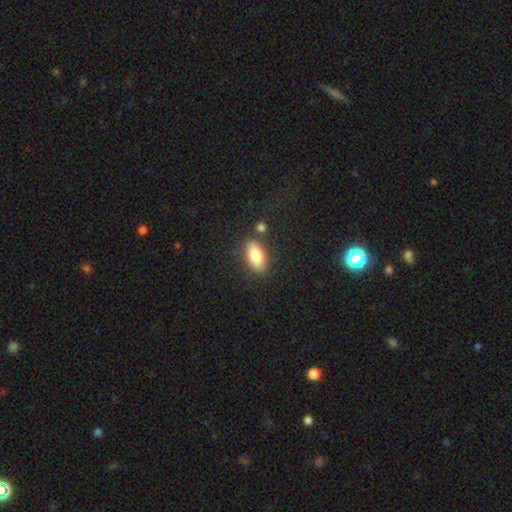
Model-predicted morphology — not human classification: Smooth or featured? smooth (82%)
How rounded? in between (88%)
Merging? none (80%)